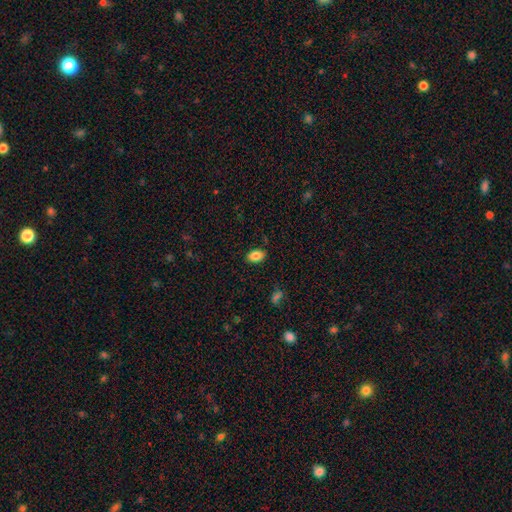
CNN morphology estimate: type=smooth (85%); roundness=in between (88%); merging=none (87%).